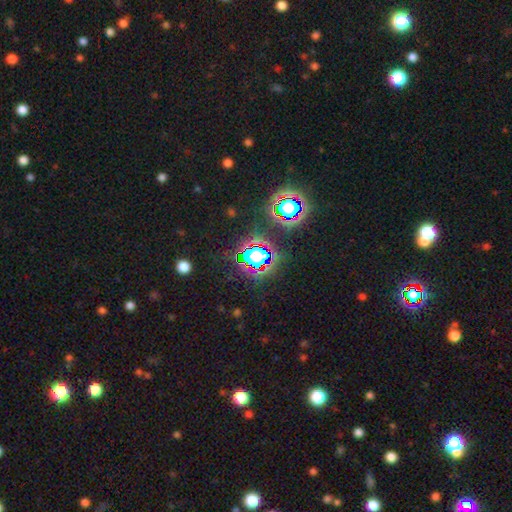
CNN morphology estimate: A star or artifact, not a galaxy (69%).